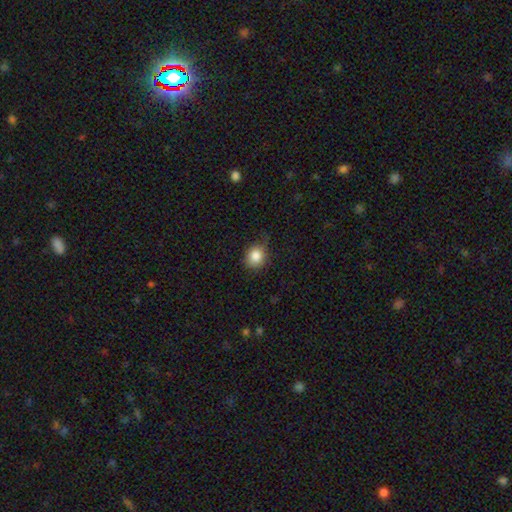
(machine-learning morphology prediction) Smooth or featured? smooth (84%)
How rounded? round (75%)
Merging? none (65%)